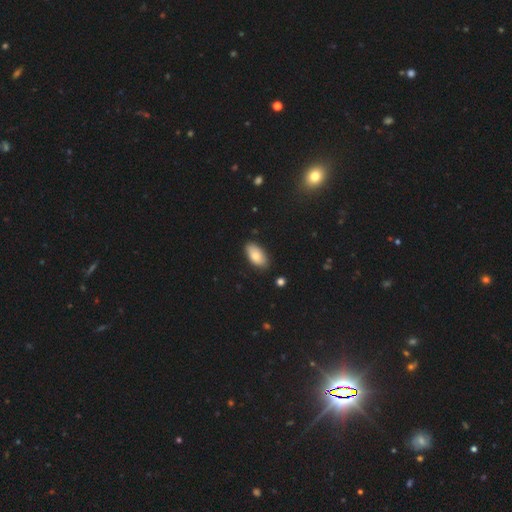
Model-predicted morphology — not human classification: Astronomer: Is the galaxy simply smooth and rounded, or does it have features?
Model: smooth — 80%.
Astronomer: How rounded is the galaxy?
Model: in between — 93%.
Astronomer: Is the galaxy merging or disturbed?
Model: none — 83%.